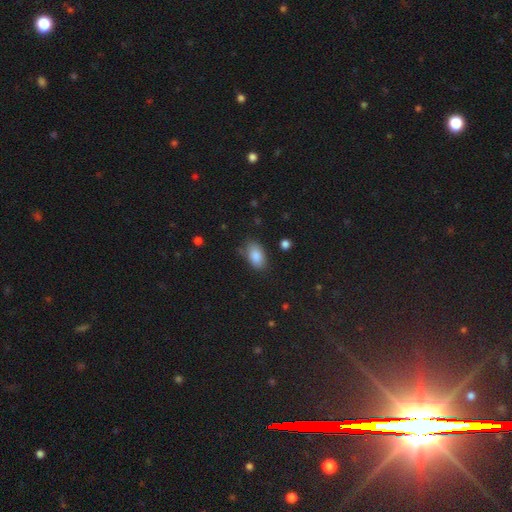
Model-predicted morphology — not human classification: smooth_or_featured: smooth (p=0.86) [alt: star or artifact p=0.08]
how_rounded: in between (p=0.90) [alt: round p=0.09]
merging: none (p=0.75) [alt: minor disturbance p=0.18]